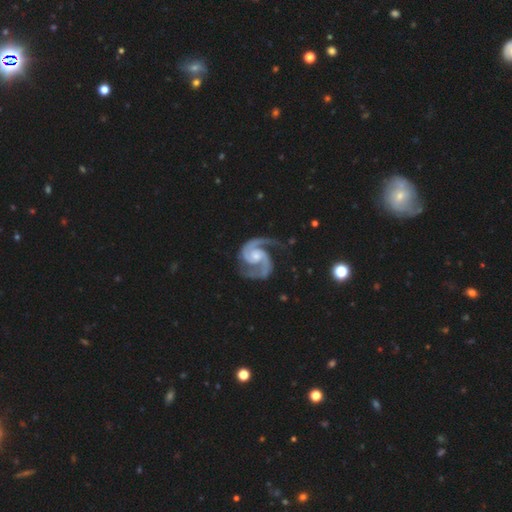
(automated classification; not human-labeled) This is clearly a featured or disk galaxy (95%). It is clearly not viewed edge-on (99%). Bar: likely no (64%). Spiral arm pattern: clearly yes (99%). Spiral arm count: clearly 2 (94%). Spiral winding: likely medium (61%). Central bulge: possibly small (48%). Merging: likely none (72%).